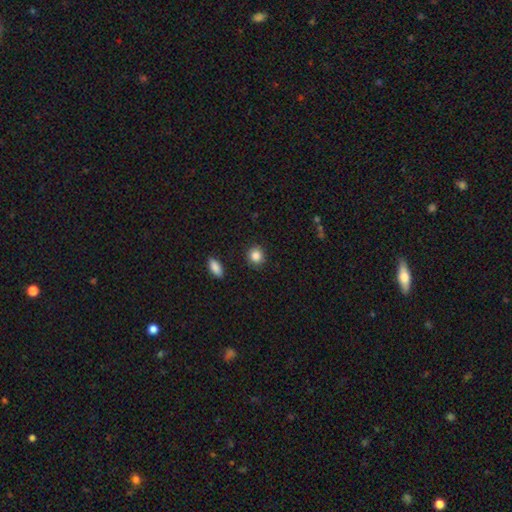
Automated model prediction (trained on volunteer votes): A smooth galaxy with no disk features (87%) that is round (85%).

Vote fractions:
- Smooth or featured? smooth: 87% / star or artifact: 9% / featured or disk: 4%
- How rounded? round: 85% / in between: 14% / cigar-shaped: 1%
- Merging? none: 90% / minor disturbance: 6% / major disturbance: 2% / merger: 2%